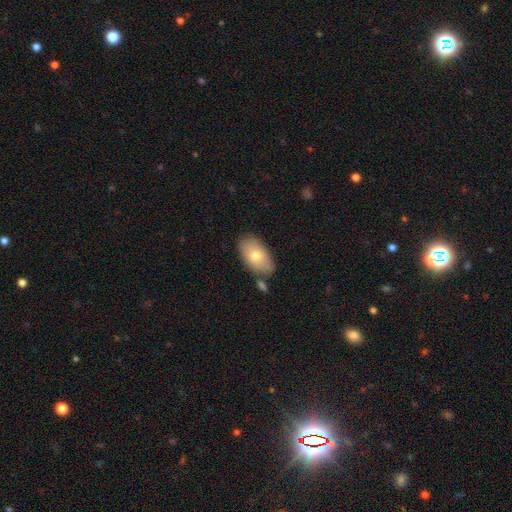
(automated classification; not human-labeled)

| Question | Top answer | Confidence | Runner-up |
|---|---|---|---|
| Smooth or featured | smooth | 75% | featured or disk (19%) |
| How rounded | in between | 94% | round (5%) |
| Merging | none | 74% | minor disturbance (15%) |